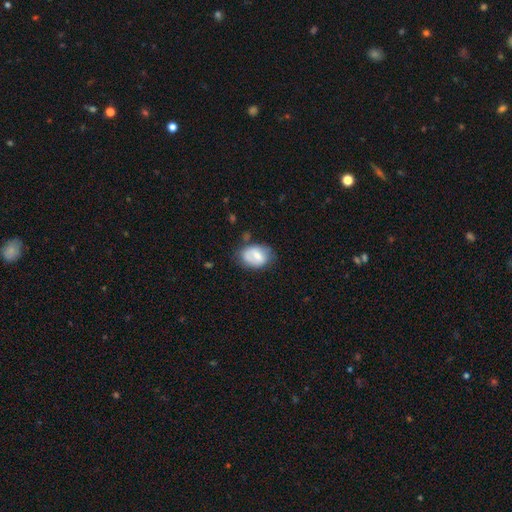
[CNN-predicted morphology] This is possibly a smooth galaxy (59%). How rounded: likely in between (74%). Merging: possibly none (57%).